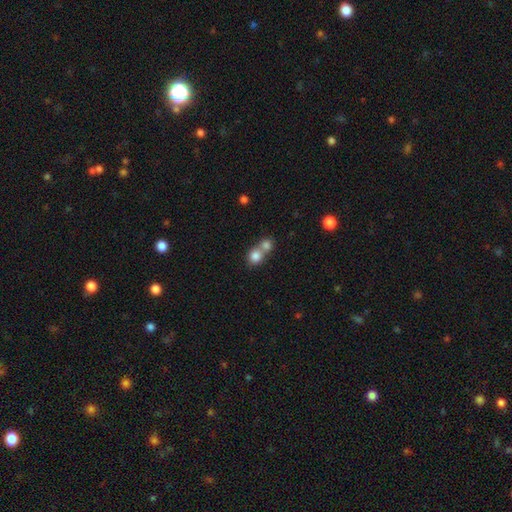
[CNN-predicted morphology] Overall: smooth (81%). How rounded: round (81%). Merging: merger (62%; none 31%).